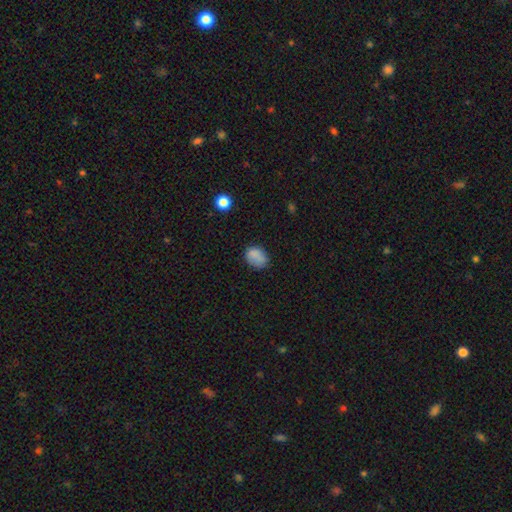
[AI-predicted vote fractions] smooth_or_featured: smooth (p=0.83) [alt: star or artifact p=0.11]
how_rounded: in between (p=0.67) [alt: round p=0.32]
merging: none (p=0.67) [alt: minor disturbance p=0.25]